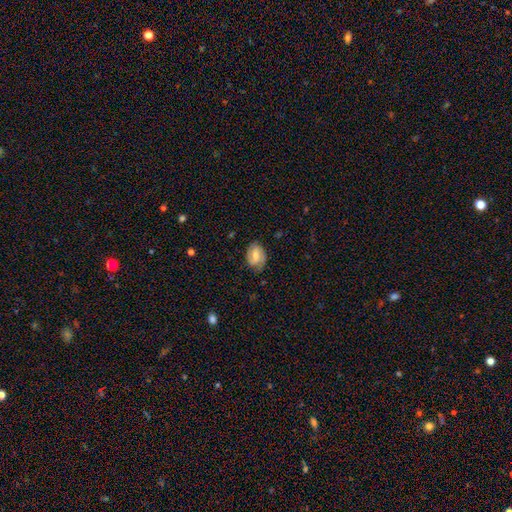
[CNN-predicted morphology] Overall: featured or disk (50%; smooth 42%). Merging: none (72%).